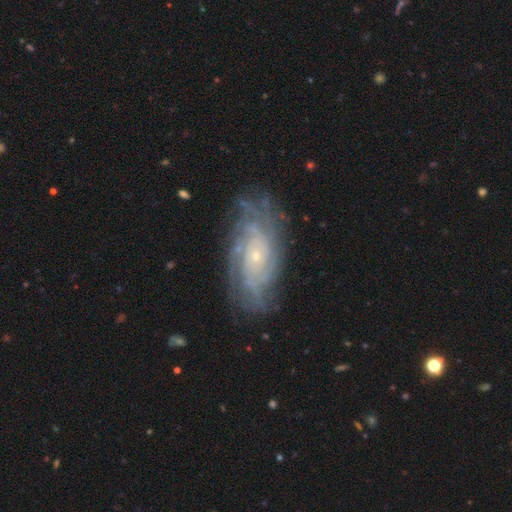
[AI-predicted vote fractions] This is clearly a featured or disk galaxy (83%). It is clearly not viewed edge-on (93%). Bar: likely no (77%). Spiral arm pattern: clearly yes (94%). Spiral arm count: marginally can't tell (40%). Spiral winding: likely tight (69%). Central bulge: clearly small (81%). Merging: likely none (77%).